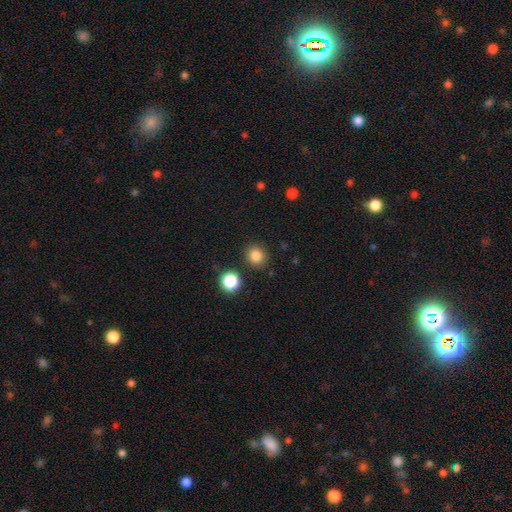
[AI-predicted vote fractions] This is clearly a smooth galaxy (83%). How rounded: clearly round (87%). Merging: clearly none (87%).